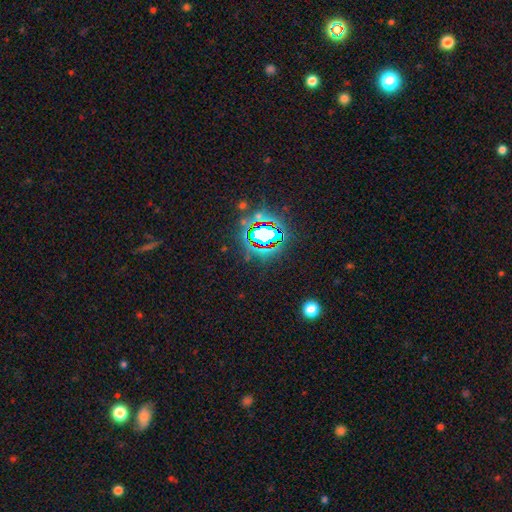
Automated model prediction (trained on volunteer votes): star or artifact 82%, smooth 10%, featured or disk 8%.